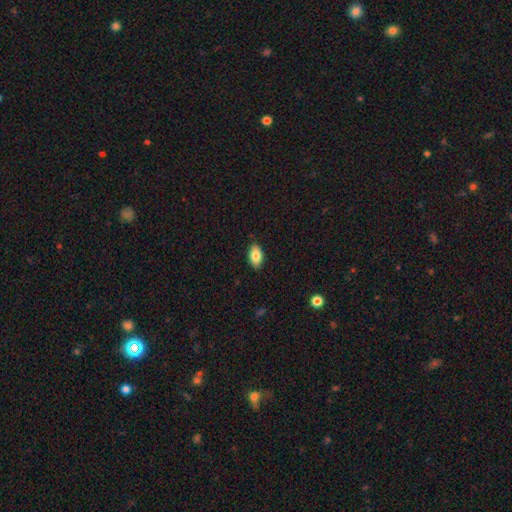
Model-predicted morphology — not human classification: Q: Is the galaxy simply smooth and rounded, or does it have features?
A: smooth — 83%.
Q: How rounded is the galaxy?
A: in between — 92%.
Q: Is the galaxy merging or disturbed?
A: none — 86%.